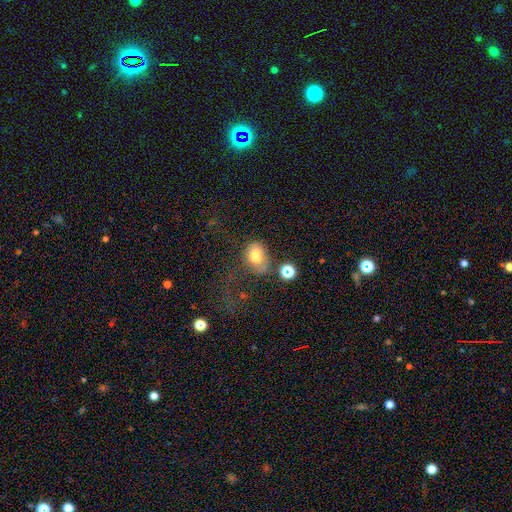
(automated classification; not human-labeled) This is likely a smooth galaxy (68%). How rounded: likely in between (70%). Merging: marginally none (30%).